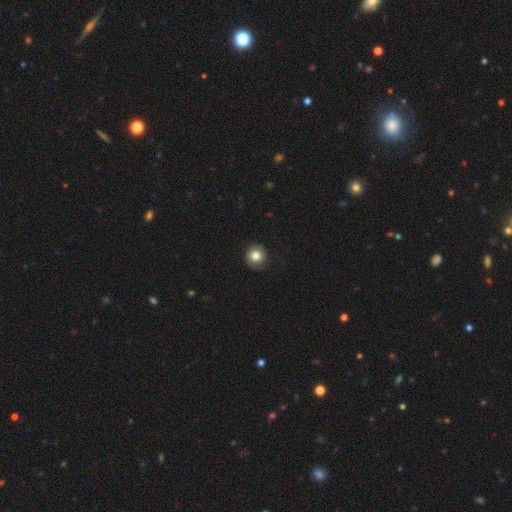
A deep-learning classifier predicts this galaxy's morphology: Smooth or featured?
  - smooth: 80% *
  - featured or disk: 11%
  - star or artifact: 9%
How rounded?
  - round: 92% *
  - in between: 7%
  - cigar-shaped: 1%
Merging?
  - none: 86% *
  - minor disturbance: 10%
  - major disturbance: 3%
  - merger: 1%